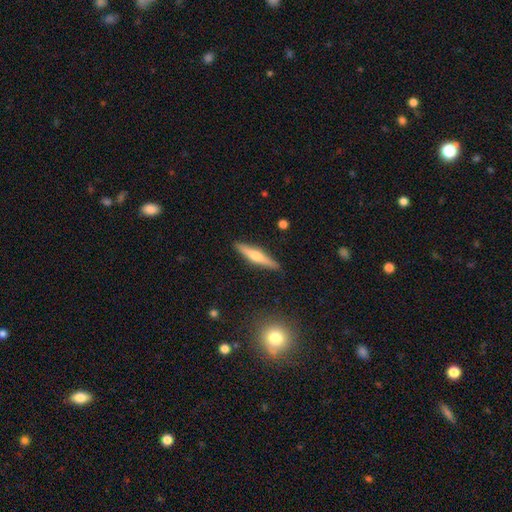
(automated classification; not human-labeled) Q: Smooth or featured?
A: featured or disk (54%); runner-up: smooth (40%)
Q: Edge-on disk?
A: yes (95%); runner-up: no (5%)
Q: Edge-on bulge?
A: rounded (89%); runner-up: none (7%)
Q: Merging?
A: none (90%); runner-up: minor disturbance (7%)